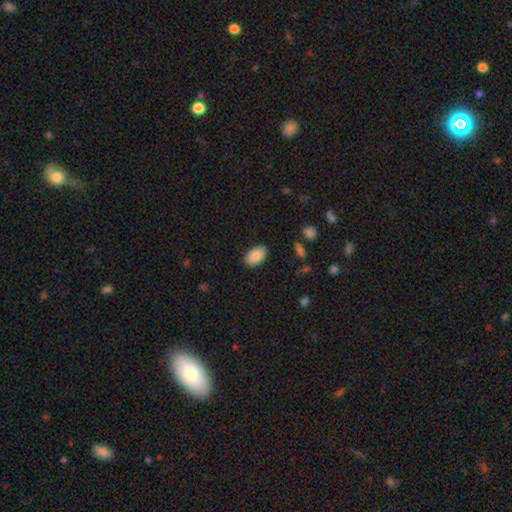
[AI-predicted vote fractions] Smooth or featured: smooth — 90% (star or artifact — 7%)
How rounded: in between — 93% (round — 6%)
Merging: none — 88% (minor disturbance — 9%)